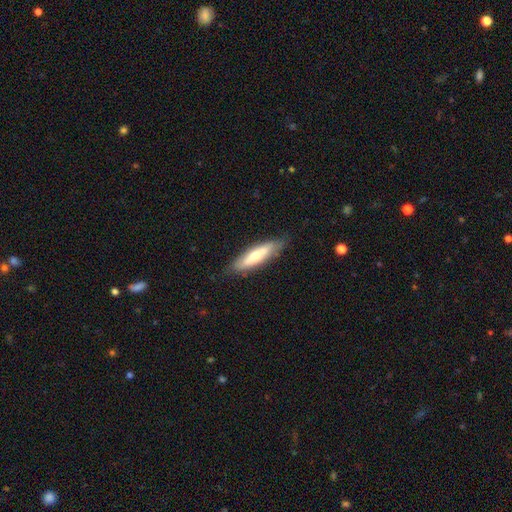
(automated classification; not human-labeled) smooth-or-featured: smooth: 58% | featured or disk: 36% | star or artifact: 6%
  how-rounded: cigar-shaped: 70% | in between: 29% | round: 2%
  merging: none: 79% | minor disturbance: 16% | major disturbance: 3% | merger: 1%